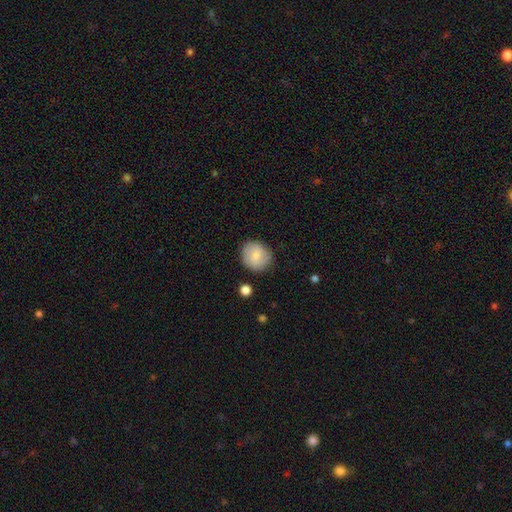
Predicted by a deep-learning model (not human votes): smooth-or-featured: smooth: 80% | featured or disk: 12% | star or artifact: 7%
  how-rounded: round: 85% | in between: 14% | cigar-shaped: 1%
  merging: none: 84% | minor disturbance: 11% | major disturbance: 3% | merger: 2%